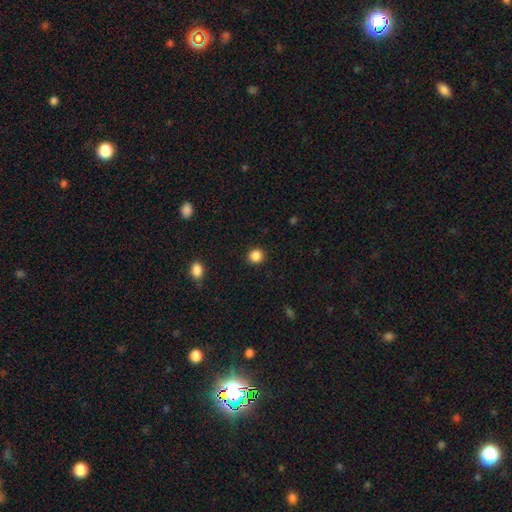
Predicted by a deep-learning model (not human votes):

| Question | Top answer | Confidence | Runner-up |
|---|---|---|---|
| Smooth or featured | smooth | 87% | star or artifact (11%) |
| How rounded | round | 90% | in between (9%) |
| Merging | none | 92% | minor disturbance (5%) |